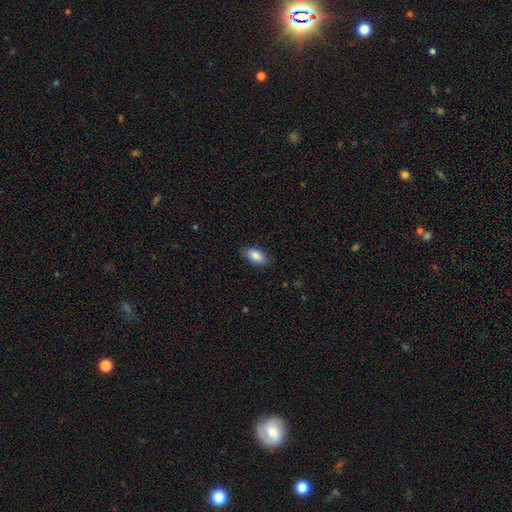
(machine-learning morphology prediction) Smooth or featured?
  - smooth: 87% *
  - featured or disk: 7%
  - star or artifact: 7%
How rounded?
  - in between: 91% *
  - cigar-shaped: 6%
  - round: 3%
Merging?
  - none: 85% *
  - minor disturbance: 11%
  - major disturbance: 2%
  - merger: 1%